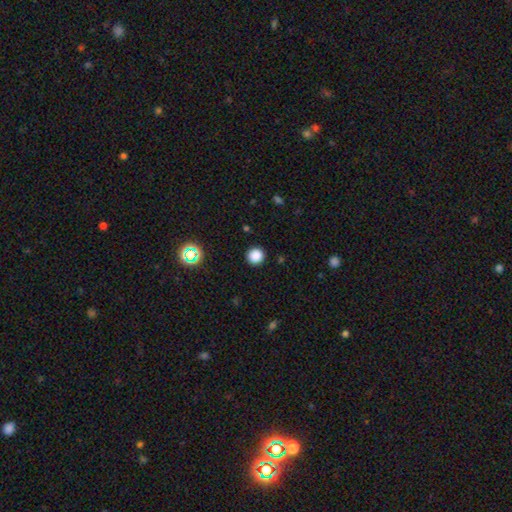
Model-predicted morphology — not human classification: smooth_or_featured: smooth (p=0.84) [alt: star or artifact p=0.13]
how_rounded: round (p=0.94) [alt: in between p=0.05]
merging: none (p=0.91) [alt: minor disturbance p=0.05]